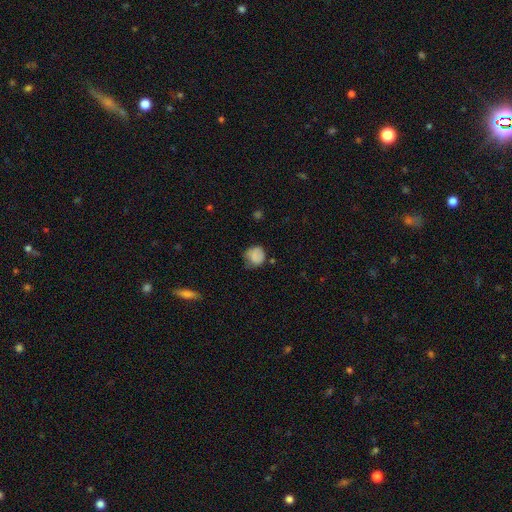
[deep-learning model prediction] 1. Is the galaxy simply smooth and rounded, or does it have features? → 79% smooth, 12% featured or disk, 9% star or artifact.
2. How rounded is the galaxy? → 79% round, 20% in between, 1% cigar-shaped.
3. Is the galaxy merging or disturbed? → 57% none, 32% minor disturbance, 9% major disturbance, 2% merger.